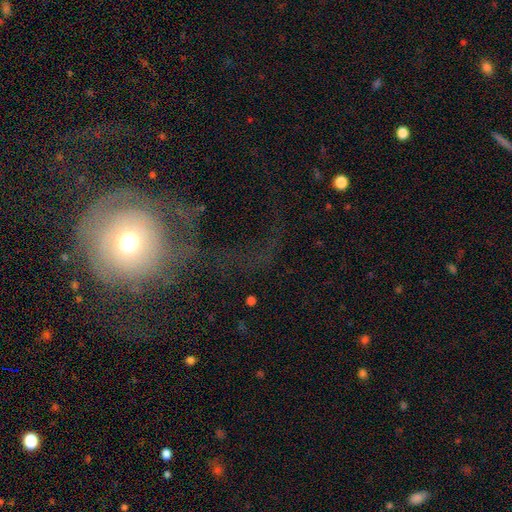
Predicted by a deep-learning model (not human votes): The model was most divided on "merging": none: 44%, major disturbance: 41%, minor disturbance: 12%, merger: 4%. Remaining: smooth or featured — featured or disk (44%).